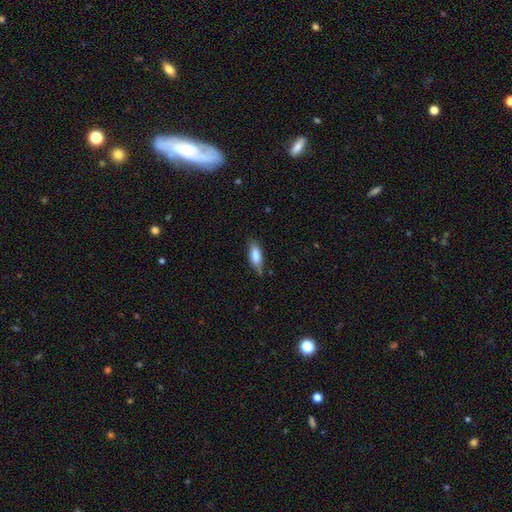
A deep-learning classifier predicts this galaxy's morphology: Smooth or featured?
  - smooth: 79% *
  - featured or disk: 14%
  - star or artifact: 7%
How rounded?
  - in between: 70% *
  - cigar-shaped: 28%
  - round: 2%
Merging?
  - none: 66% *
  - minor disturbance: 26%
  - major disturbance: 5%
  - merger: 3%